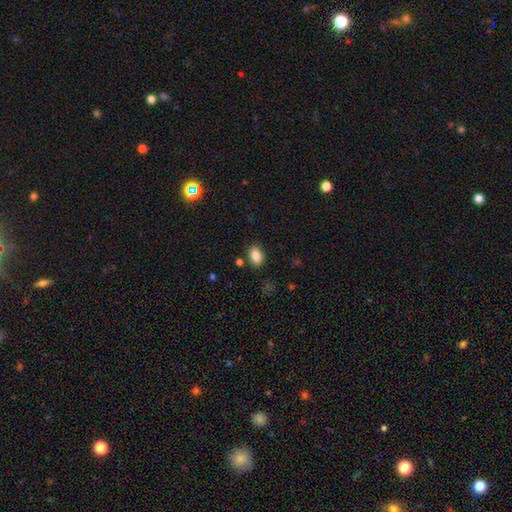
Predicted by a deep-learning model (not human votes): This is clearly a smooth galaxy (85%). How rounded: clearly in between (85%). Merging: clearly none (84%).